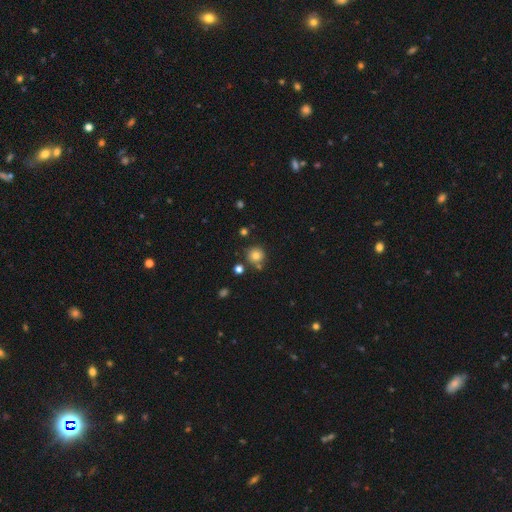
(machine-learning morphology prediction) Overall: smooth (78%). How rounded: round (92%). Merging: none (78%).